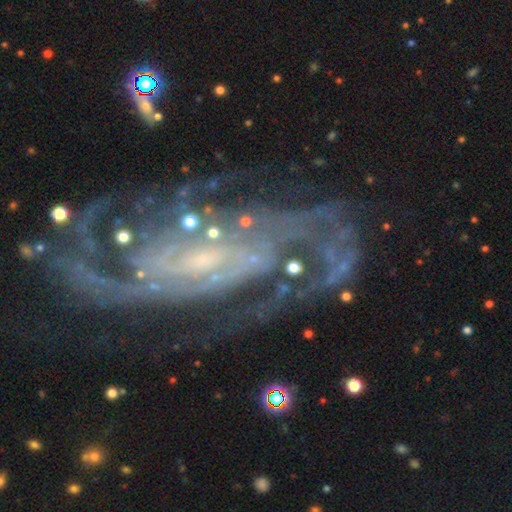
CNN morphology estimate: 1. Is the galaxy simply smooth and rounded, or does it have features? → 90% featured or disk, 6% star or artifact, 4% smooth.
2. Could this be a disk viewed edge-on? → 96% no, 4% yes.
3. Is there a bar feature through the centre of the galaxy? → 41% no, 38% weak, 20% strong.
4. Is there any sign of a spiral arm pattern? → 97% yes, 3% no.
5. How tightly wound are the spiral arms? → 43% medium, 42% tight, 15% loose.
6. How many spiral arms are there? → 52% 2, 14% can't tell, 13% 3, 8% 4, 7% 1, 7% more than 4.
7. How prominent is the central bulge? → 61% small, 22% moderate, 13% none, 3% large, 1% dominant.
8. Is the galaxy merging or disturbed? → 59% none, 19% minor disturbance, 18% major disturbance, 4% merger.